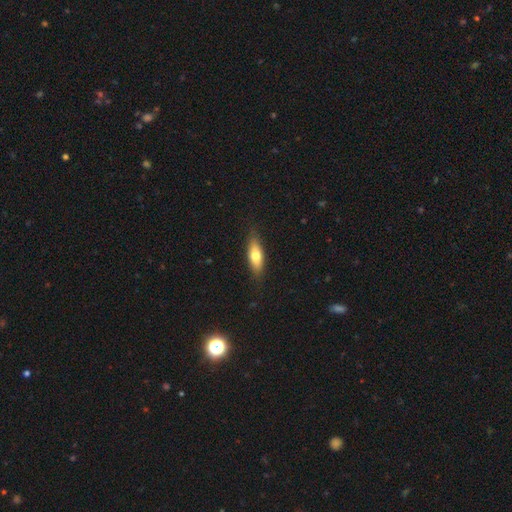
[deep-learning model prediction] smooth_or_featured: smooth (p=0.69) [alt: featured or disk p=0.25]
how_rounded: in between (p=0.61) [alt: cigar-shaped p=0.36]
merging: none (p=0.84) [alt: minor disturbance p=0.12]